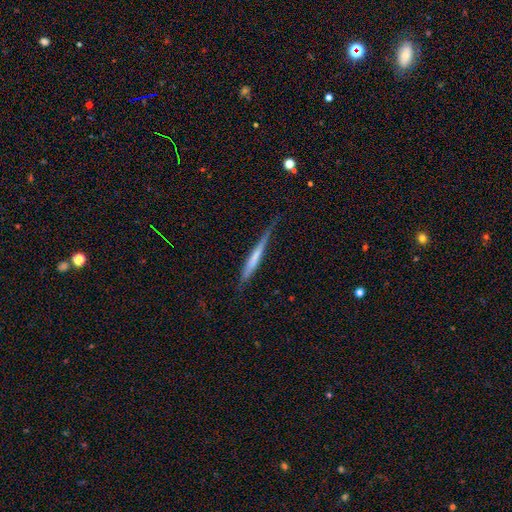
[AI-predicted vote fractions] Smooth or featured?
  - smooth: 48% *
  - featured or disk: 46%
  - star or artifact: 6%
Merging?
  - none: 73% *
  - minor disturbance: 21%
  - major disturbance: 5%
  - merger: 2%